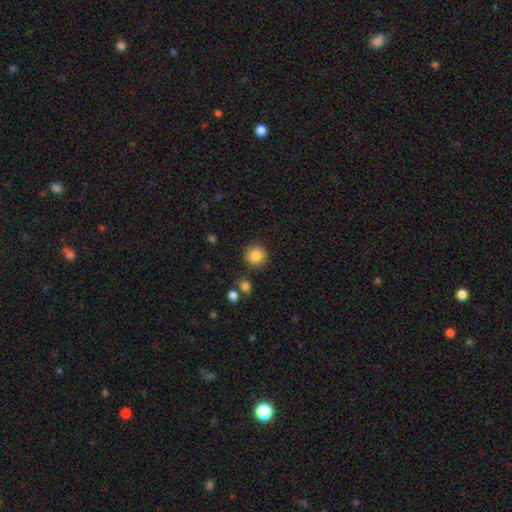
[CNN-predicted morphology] Smooth or featured?
  - smooth: 86% *
  - star or artifact: 9%
  - featured or disk: 5%
How rounded?
  - round: 92% *
  - in between: 7%
  - cigar-shaped: 1%
Merging?
  - none: 85% *
  - minor disturbance: 9%
  - merger: 3%
  - major disturbance: 3%